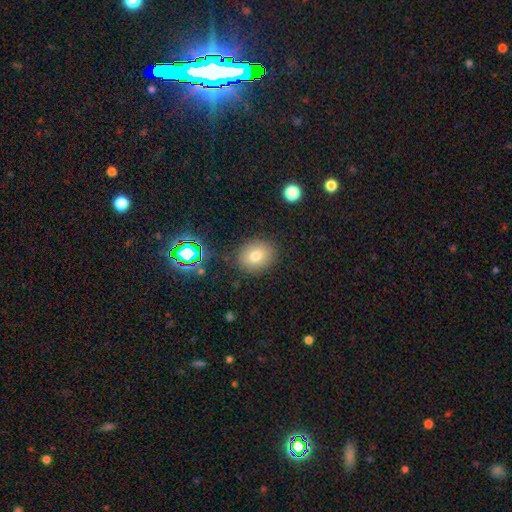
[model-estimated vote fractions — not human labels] A smooth galaxy with no disk features (73%) that is round (58%).

Vote fractions:
- Smooth or featured? smooth: 73% / star or artifact: 15% / featured or disk: 12%
- How rounded? round: 58% / in between: 41% / cigar-shaped: 1%
- Merging? none: 84% / minor disturbance: 10% / major disturbance: 3% / merger: 2%